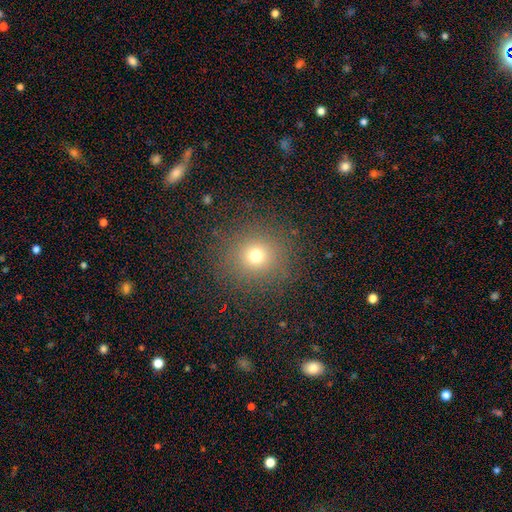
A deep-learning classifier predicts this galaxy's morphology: Smooth or featured? Predicted: smooth (p=0.67). How rounded? Predicted: round (p=0.93). Merging? Predicted: none (p=0.91).